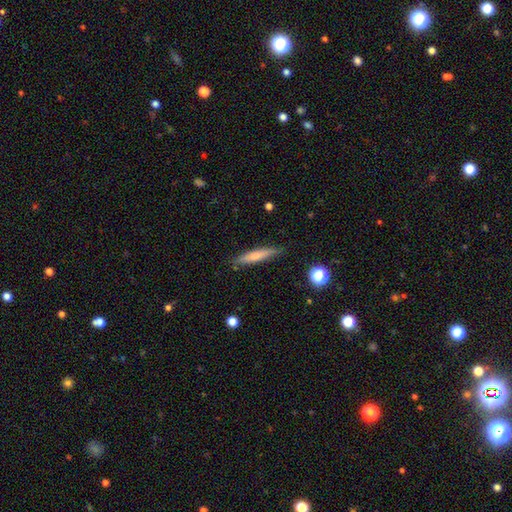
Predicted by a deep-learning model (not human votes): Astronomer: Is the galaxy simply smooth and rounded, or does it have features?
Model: smooth — 68%.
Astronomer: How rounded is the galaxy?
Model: cigar-shaped — 90%.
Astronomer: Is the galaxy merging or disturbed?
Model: none — 84%.